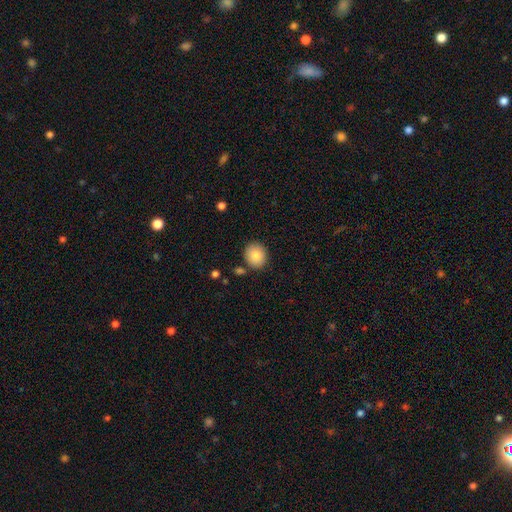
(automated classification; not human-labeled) Morphology: type=smooth (83%); roundness=round (76%); merging=none (84%).